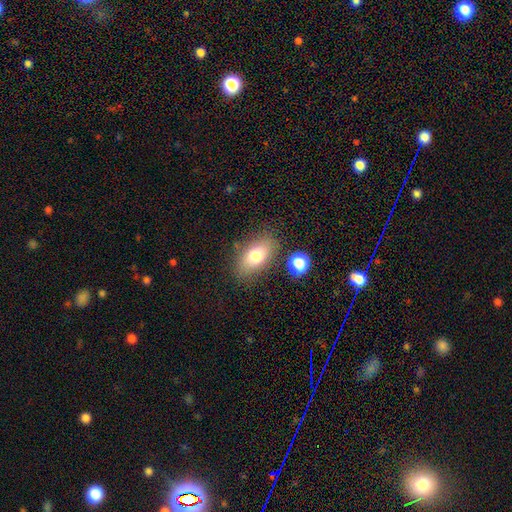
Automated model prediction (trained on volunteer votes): Overall: smooth (75%). How rounded: in between (88%). Merging: none (79%).